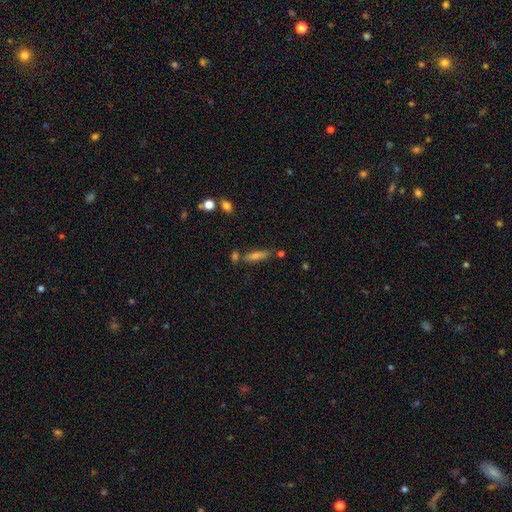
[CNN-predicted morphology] Smooth or featured: smooth — 52% (featured or disk — 35%)
How rounded: cigar-shaped — 70% (in between — 27%)
Merging: none — 69% (merger — 13%)